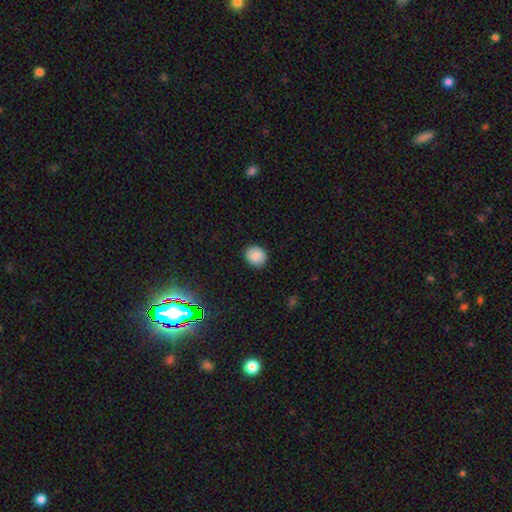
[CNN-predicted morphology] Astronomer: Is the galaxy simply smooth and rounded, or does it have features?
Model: smooth — 87%.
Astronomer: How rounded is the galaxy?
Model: round — 73%.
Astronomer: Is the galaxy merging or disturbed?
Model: none — 90%.